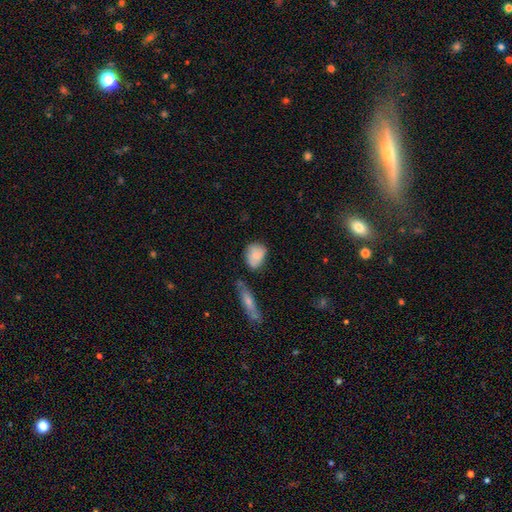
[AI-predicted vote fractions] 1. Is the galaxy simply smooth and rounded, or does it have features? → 77% smooth, 16% featured or disk, 7% star or artifact.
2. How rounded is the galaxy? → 60% in between, 37% round, 2% cigar-shaped.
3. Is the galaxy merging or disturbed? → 58% none, 28% minor disturbance, 7% merger, 7% major disturbance.